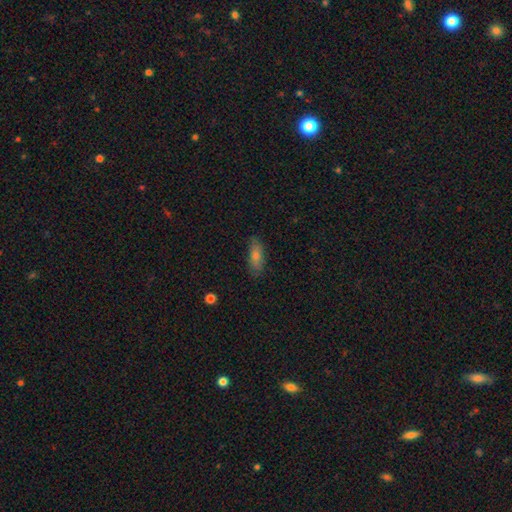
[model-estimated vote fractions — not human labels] This appears to be a smooth galaxy with no disk features (69%) that is in between round and cigar-shaped (59%). Merging: none (83%).